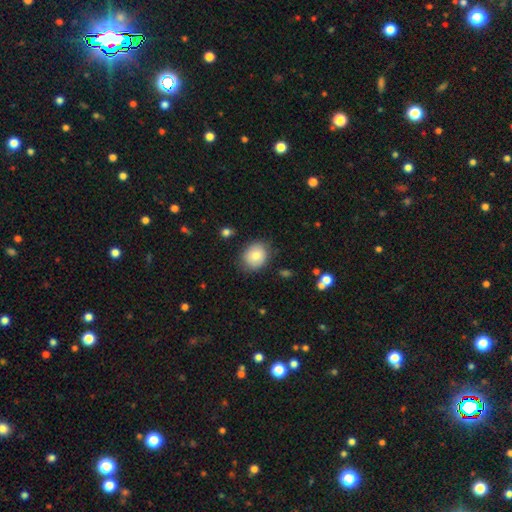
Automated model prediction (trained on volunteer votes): The model was most divided on "how rounded": round: 67%, in between: 32%, cigar-shaped: 1%. More confident: smooth or featured — smooth (83%); merging — none (80%).